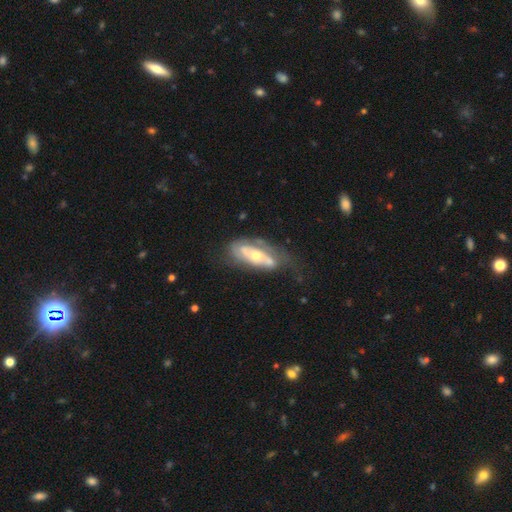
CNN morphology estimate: featured or disk 71%, smooth 24%, star or artifact 6%. Down the decision tree: edge-on disk — no (86%); bar — no (67%); spiral arms — yes (64%); bulge size — moderate (61%); merging — none (44%).